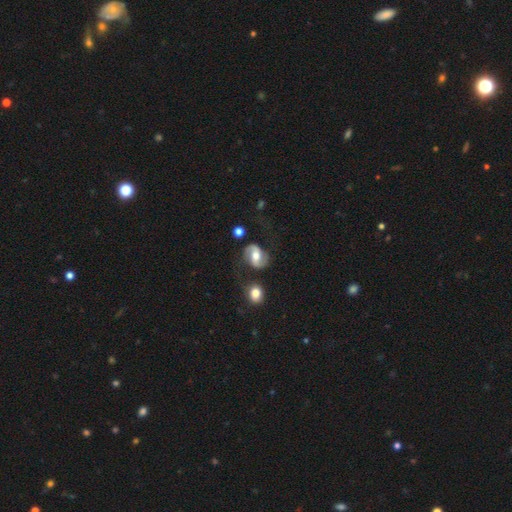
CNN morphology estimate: This is likely a featured or disk galaxy (77%). It is clearly not viewed edge-on (97%). Bar: marginally weak (41%). Spiral arm pattern: clearly yes (93%). Spiral arm count: clearly 2 (92%). Spiral winding: marginally loose (45%). Central bulge: likely moderate (73%). Merging: likely none (72%).